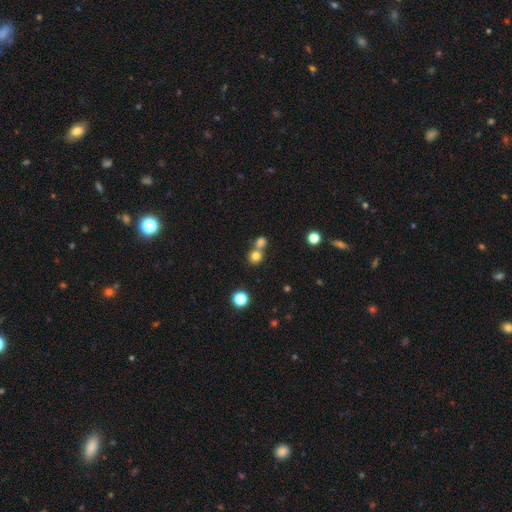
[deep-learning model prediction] This is likely a smooth galaxy (78%). How rounded: clearly round (88%). Merging: possibly none (51%).